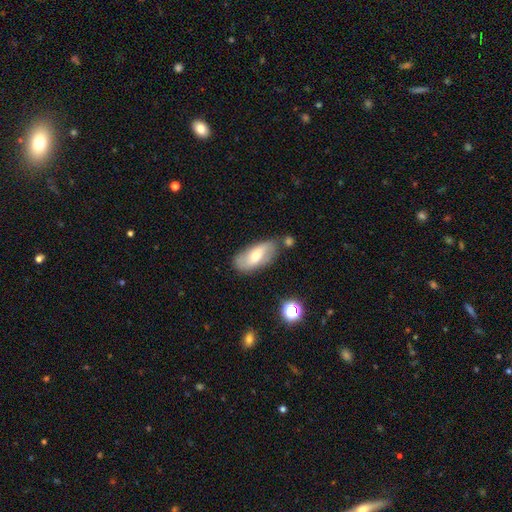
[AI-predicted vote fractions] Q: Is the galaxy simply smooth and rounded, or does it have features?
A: smooth — 50%.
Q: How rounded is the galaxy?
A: in between — 87%.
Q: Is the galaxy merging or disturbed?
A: none — 71%.